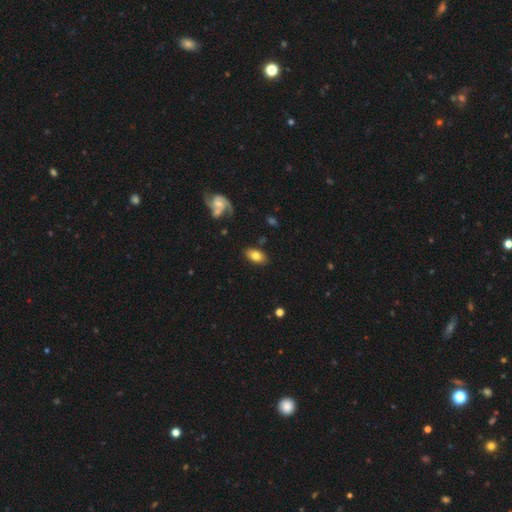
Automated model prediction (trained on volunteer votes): Morphology: type=smooth (74%); roundness=in between (90%); merging=none (84%).